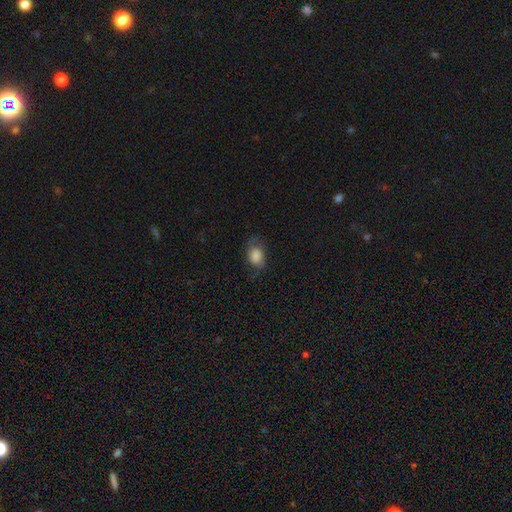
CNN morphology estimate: Q: Smooth or featured?
A: smooth (75%); runner-up: featured or disk (15%)
Q: How rounded?
A: in between (75%); runner-up: round (24%)
Q: Merging?
A: none (60%); runner-up: minor disturbance (26%)